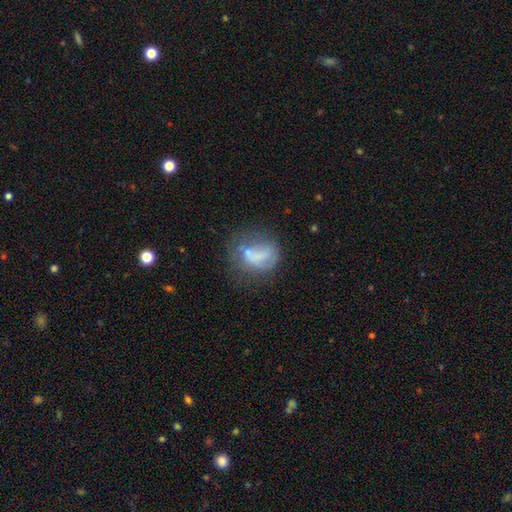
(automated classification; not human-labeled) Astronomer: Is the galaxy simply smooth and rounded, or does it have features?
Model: smooth — 50% (runner-up: featured or disk, 38%).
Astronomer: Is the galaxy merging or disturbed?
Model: none — 36% (runner-up: major disturbance, 29%).